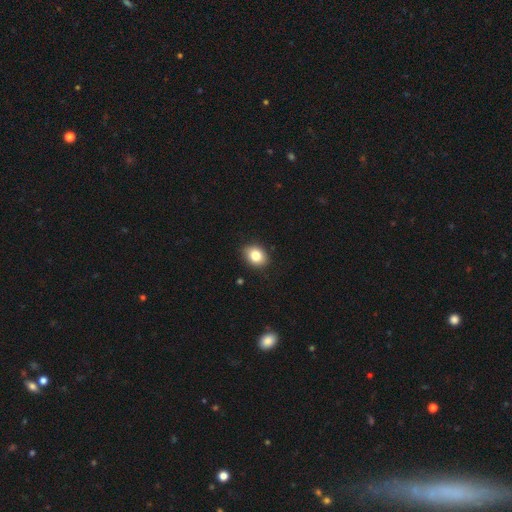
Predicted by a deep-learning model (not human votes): smooth 82%, star or artifact 9%, featured or disk 8%. Down the decision tree: how rounded — in between (60%); merging — none (86%).